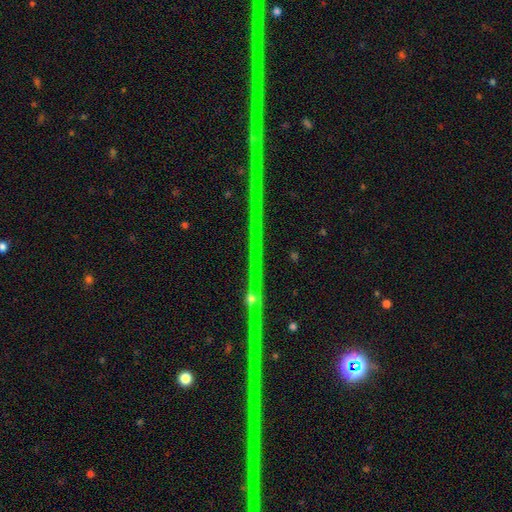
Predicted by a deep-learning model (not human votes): Morphology: type=star or artifact (86%).